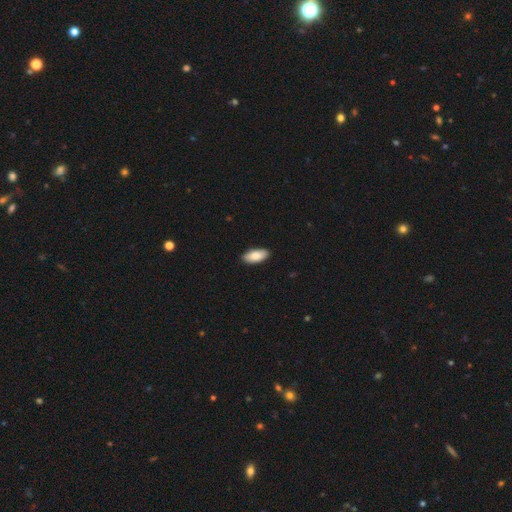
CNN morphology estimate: Q: Smooth or featured?
A: smooth (85%); runner-up: featured or disk (9%)
Q: How rounded?
A: in between (89%); runner-up: cigar-shaped (9%)
Q: Merging?
A: none (90%); runner-up: minor disturbance (8%)